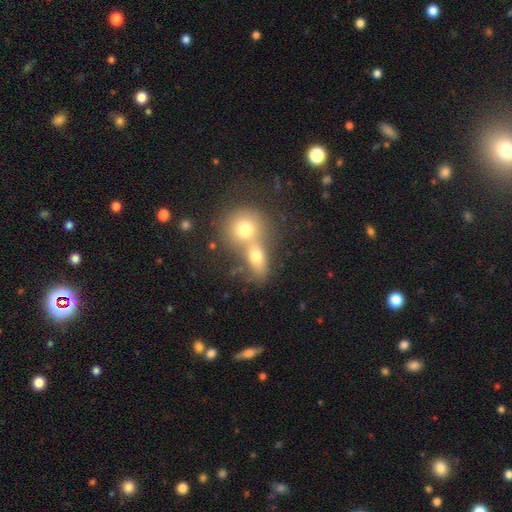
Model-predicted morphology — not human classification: A smooth galaxy with no disk features (70%) that is in between round and cigar-shaped (49%). Merging: merger (61%).